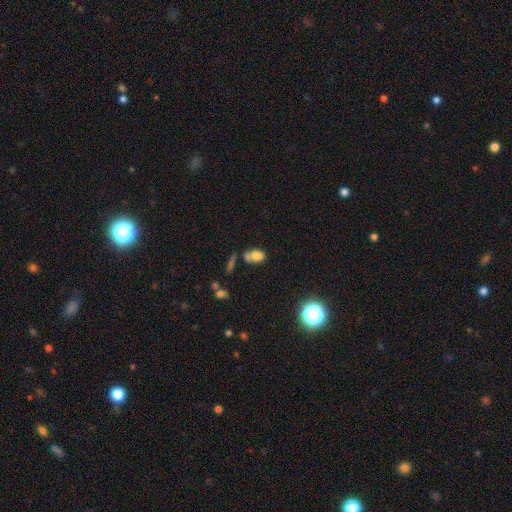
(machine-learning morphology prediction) smooth-or-featured: smooth: 68% | featured or disk: 18% | star or artifact: 14%
  how-rounded: in between: 78% | round: 19% | cigar-shaped: 2%
  merging: none: 37% | merger: 35% | minor disturbance: 19% | major disturbance: 10%